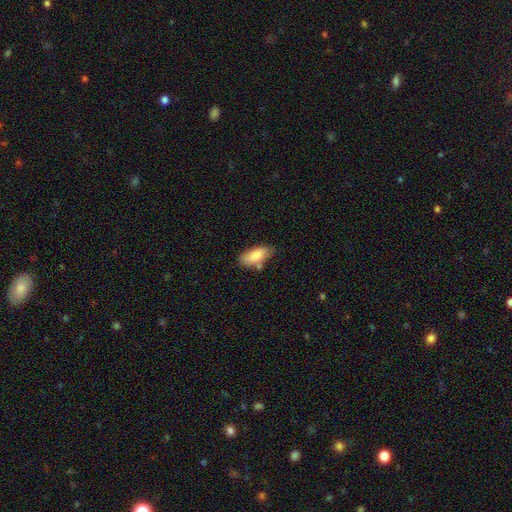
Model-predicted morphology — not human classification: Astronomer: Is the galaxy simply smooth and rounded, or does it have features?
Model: smooth — 84%.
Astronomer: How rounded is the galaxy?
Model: in between — 86%.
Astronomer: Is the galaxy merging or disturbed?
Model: none — 67%.